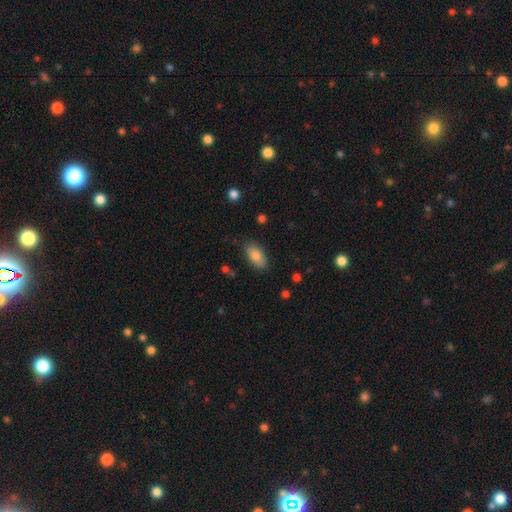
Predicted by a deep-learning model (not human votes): Q: Smooth or featured?
A: smooth (85%); runner-up: featured or disk (9%)
Q: How rounded?
A: in between (92%); runner-up: cigar-shaped (4%)
Q: Merging?
A: none (83%); runner-up: minor disturbance (12%)